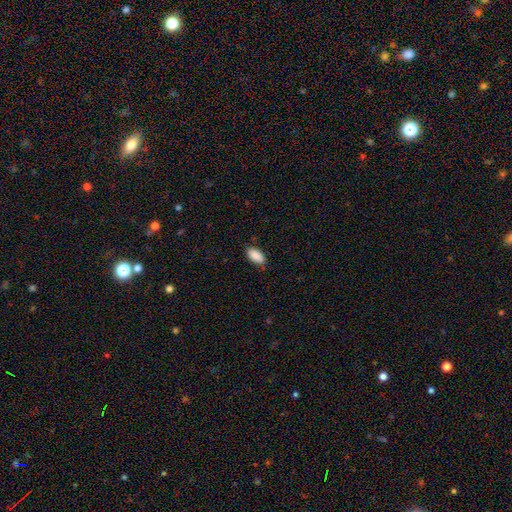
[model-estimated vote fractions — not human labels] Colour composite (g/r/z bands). It shows a smooth galaxy with no disk features (90%) that is in between round and cigar-shaped (93%). Merging: none (85%).